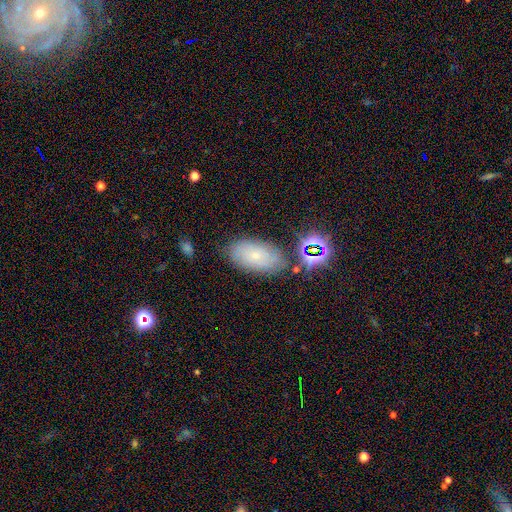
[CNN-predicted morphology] type=smooth (54%); roundness=in between (92%); merging=none (75%).